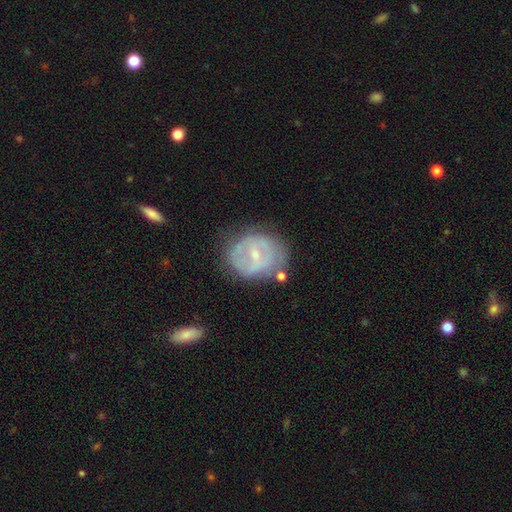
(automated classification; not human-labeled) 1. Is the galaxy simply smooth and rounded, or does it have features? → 66% featured or disk, 27% smooth, 7% star or artifact.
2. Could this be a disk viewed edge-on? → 96% no, 4% yes.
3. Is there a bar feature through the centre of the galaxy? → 50% weak, 26% no, 23% strong.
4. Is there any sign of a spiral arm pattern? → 51% yes, 49% no.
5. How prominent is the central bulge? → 59% small, 33% moderate, 5% none, 2% large, 1% dominant.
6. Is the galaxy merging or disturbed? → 58% none, 24% minor disturbance, 12% major disturbance, 5% merger.